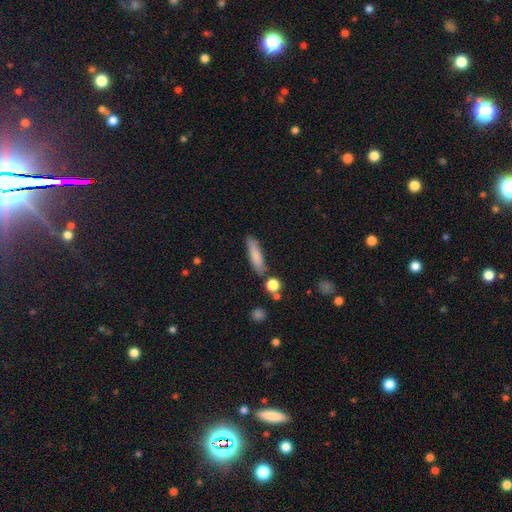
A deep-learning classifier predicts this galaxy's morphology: smooth-or-featured: smooth: 78% | featured or disk: 15% | star or artifact: 7%
  how-rounded: cigar-shaped: 73% | in between: 24% | round: 2%
  merging: none: 76% | minor disturbance: 14% | merger: 6% | major disturbance: 4%